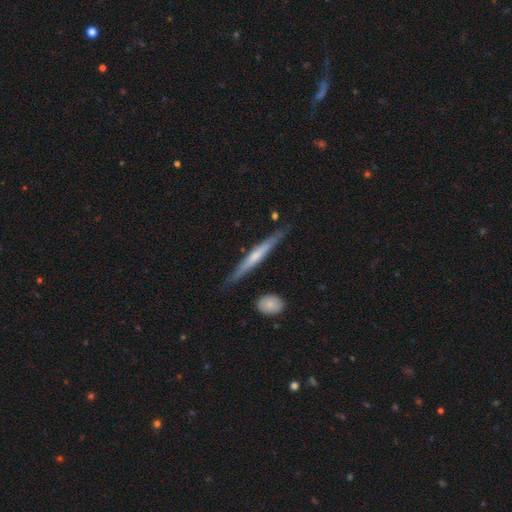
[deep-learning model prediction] Smooth or featured? Predicted: featured or disk (p=0.57). Edge-on disk? Predicted: yes (p=0.95). Edge-on bulge? Predicted: none (p=0.48). Merging? Predicted: none (p=0.83).